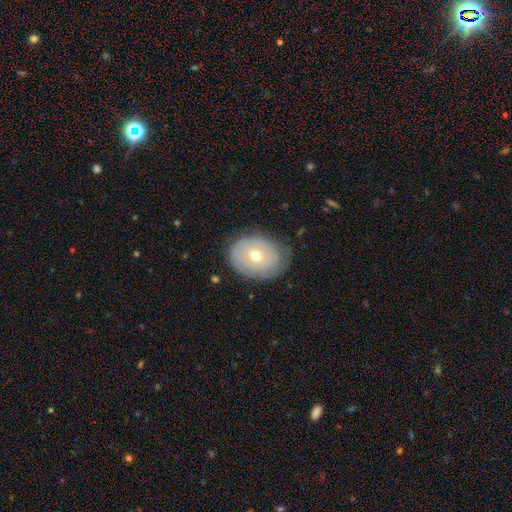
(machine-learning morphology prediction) Smooth or featured? smooth (50%)
How rounded? in between (60%)
Merging? none (71%)